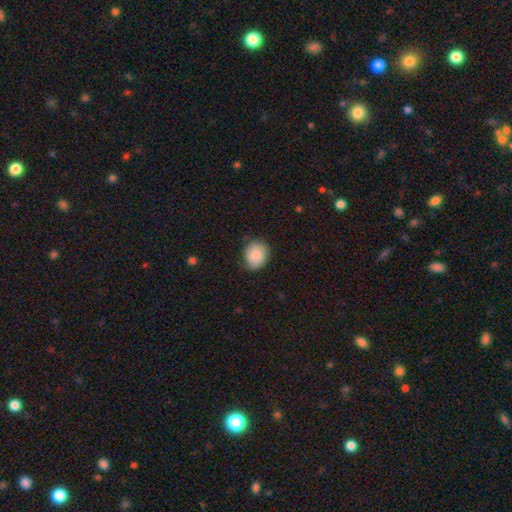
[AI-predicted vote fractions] Overall: smooth (86%). How rounded: round (66%; in between 33%). Merging: none (77%).